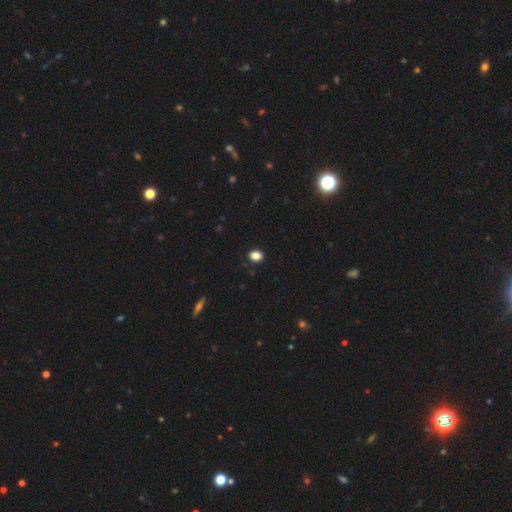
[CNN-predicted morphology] Smooth or featured? smooth (86%)
How rounded? in between (53%)
Merging? none (90%)